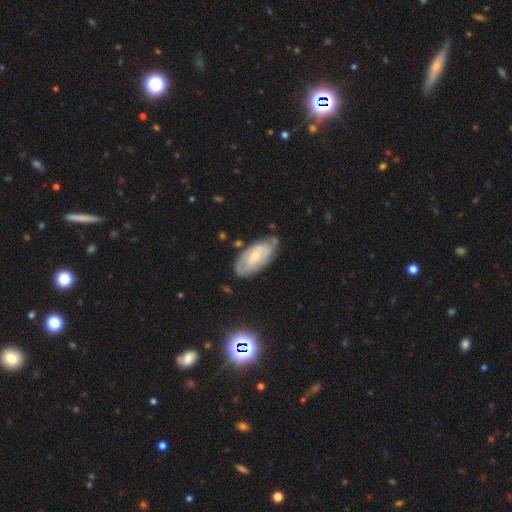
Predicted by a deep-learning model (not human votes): Q: Smooth or featured?
A: featured or disk (59%); runner-up: smooth (35%)
Q: Edge-on disk?
A: no (92%); runner-up: yes (8%)
Q: Bar?
A: no (56%); runner-up: weak (35%)
Q: Spiral arms?
A: yes (74%); runner-up: no (26%)
Q: Bulge size?
A: small (66%); runner-up: moderate (30%)
Q: Merging?
A: none (66%); runner-up: minor disturbance (25%)